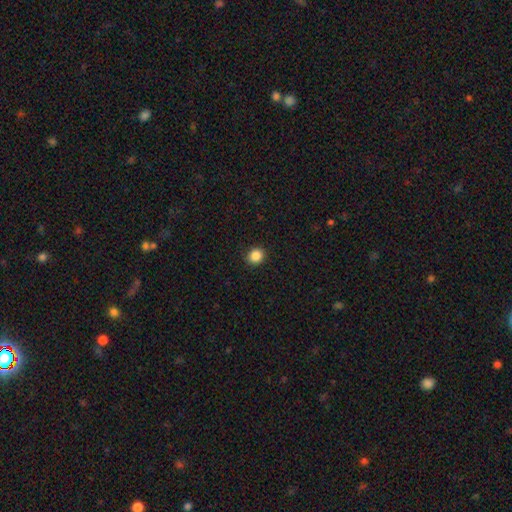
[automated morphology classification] Smooth or featured?
  - smooth: 87% *
  - star or artifact: 10%
  - featured or disk: 3%
How rounded?
  - round: 83% *
  - in between: 16%
  - cigar-shaped: 1%
Merging?
  - none: 91% *
  - minor disturbance: 6%
  - major disturbance: 2%
  - merger: 1%